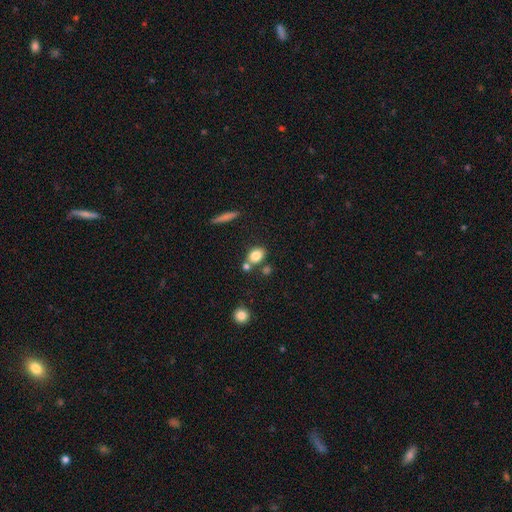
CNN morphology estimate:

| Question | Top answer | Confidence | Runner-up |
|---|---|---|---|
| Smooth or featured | smooth | 80% | star or artifact (10%) |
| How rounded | in between | 59% | round (38%) |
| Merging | none | 65% | merger (20%) |